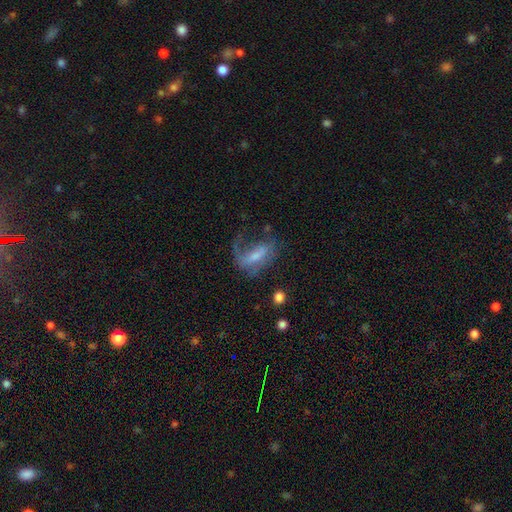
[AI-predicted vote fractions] This appears to be a featured or disk galaxy (62%) with a weak bar (39%), spiral arms (74%) and a small central bulge (44%). Merging: major disturbance (41%).